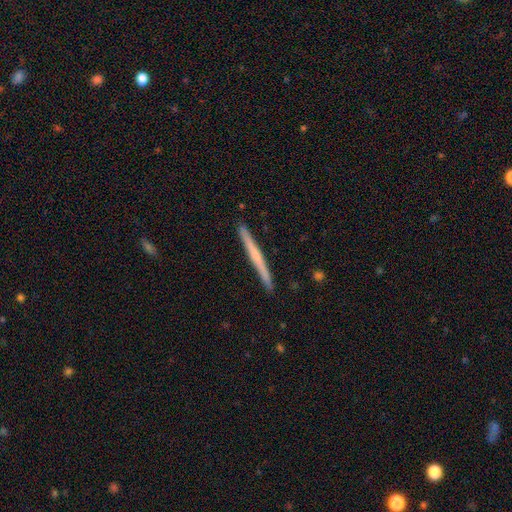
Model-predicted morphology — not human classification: The model was most divided on "smooth or featured": featured or disk: 53%, smooth: 41%, star or artifact: 6%. More confident: edge-on disk — yes (98%); merging — none (92%); edge-on bulge — none (66%).